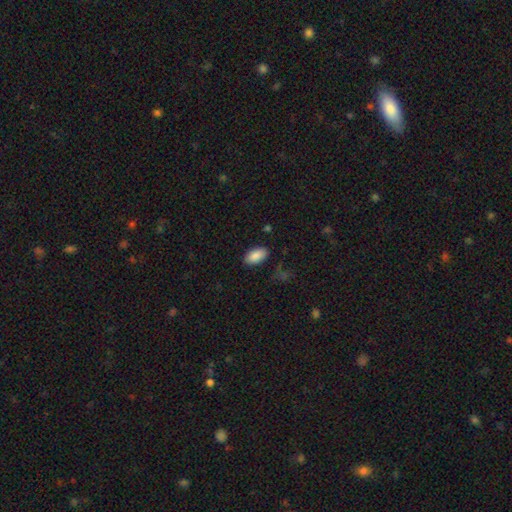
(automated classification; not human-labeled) This is clearly a smooth galaxy (89%). How rounded: clearly in between (94%). Merging: clearly none (86%).